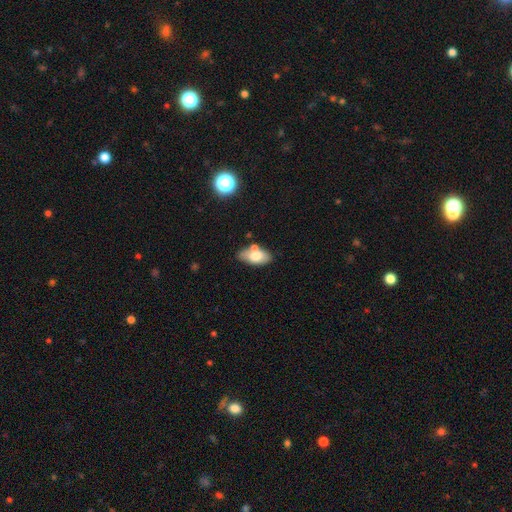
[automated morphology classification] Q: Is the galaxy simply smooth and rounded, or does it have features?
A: smooth — 73%.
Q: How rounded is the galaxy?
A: in between — 92%.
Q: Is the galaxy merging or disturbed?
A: none — 61%.